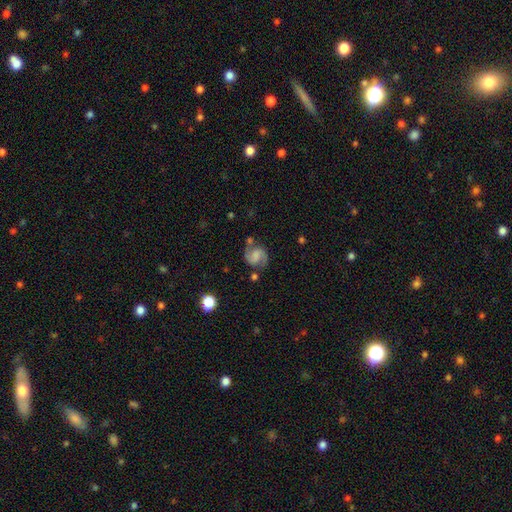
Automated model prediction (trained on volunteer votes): The model was most divided on "bar": no: 44%, weak: 43%, strong: 13%. Remaining: edge-on disk — no (98%); spiral arms — yes (96%); spiral arm count — 2 (92%); smooth or featured — featured or disk (77%); merging — none (70%); spiral winding — medium (55%); bulge size — none (42%).